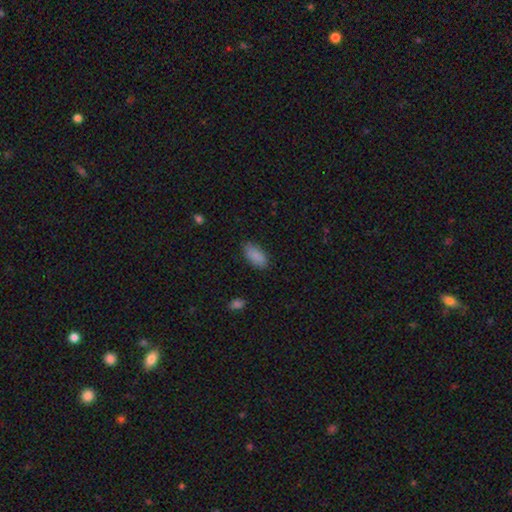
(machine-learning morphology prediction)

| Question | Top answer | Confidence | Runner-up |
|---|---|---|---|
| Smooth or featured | smooth | 88% | star or artifact (7%) |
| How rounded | in between | 91% | cigar-shaped (6%) |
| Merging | none | 84% | minor disturbance (13%) |